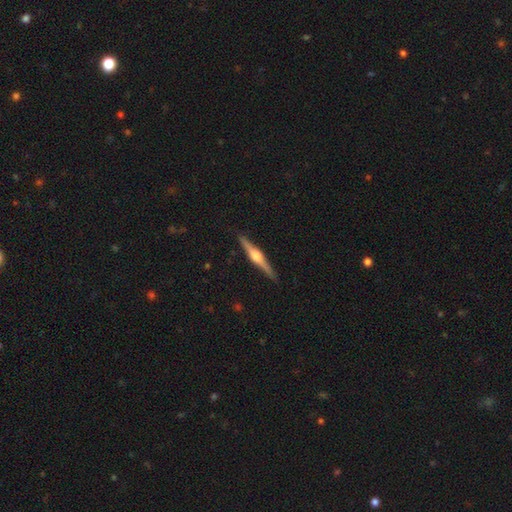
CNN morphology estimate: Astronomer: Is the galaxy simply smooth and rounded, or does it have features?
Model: featured or disk — 79%.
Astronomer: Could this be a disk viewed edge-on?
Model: yes — 98%.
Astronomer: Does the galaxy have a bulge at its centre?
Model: rounded — 87%.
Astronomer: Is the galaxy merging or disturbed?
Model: none — 90%.